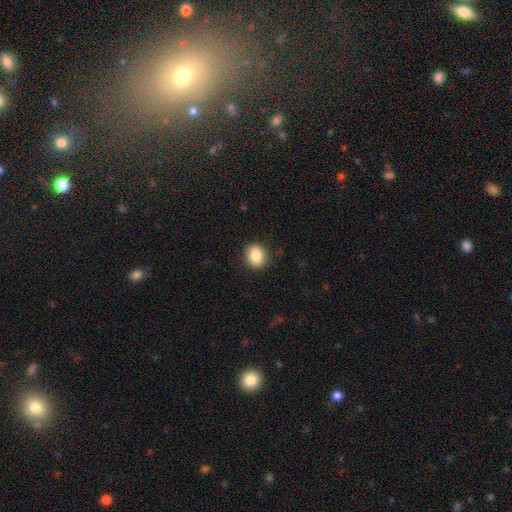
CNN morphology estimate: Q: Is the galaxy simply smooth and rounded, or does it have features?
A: smooth — 86%.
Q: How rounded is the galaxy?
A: round — 67%.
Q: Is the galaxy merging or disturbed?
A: none — 90%.